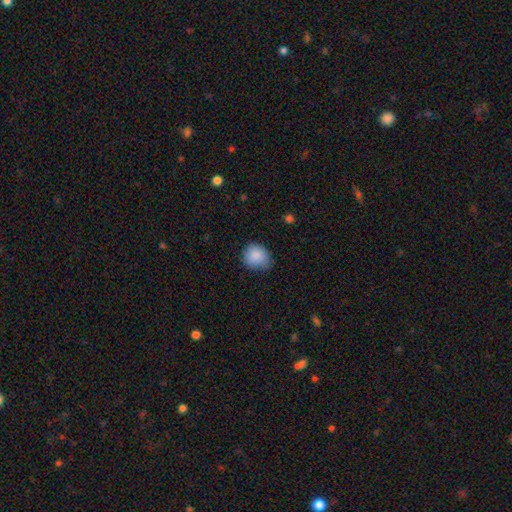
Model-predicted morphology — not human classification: Q: Smooth or featured?
A: smooth (87%); runner-up: star or artifact (8%)
Q: How rounded?
A: round (70%); runner-up: in between (29%)
Q: Merging?
A: none (66%); runner-up: minor disturbance (28%)